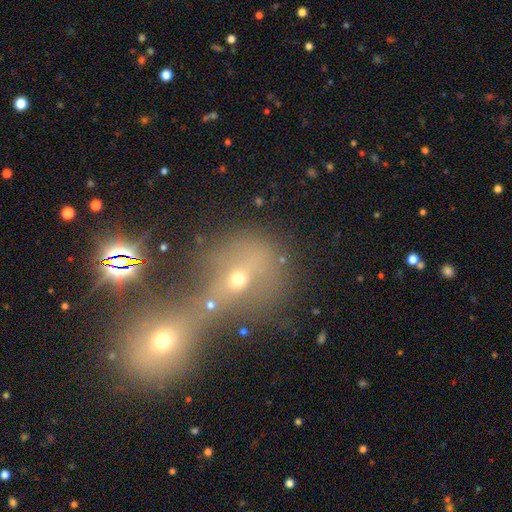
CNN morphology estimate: This appears to be a smooth galaxy with no disk features (45%). Merging: merger (67%).